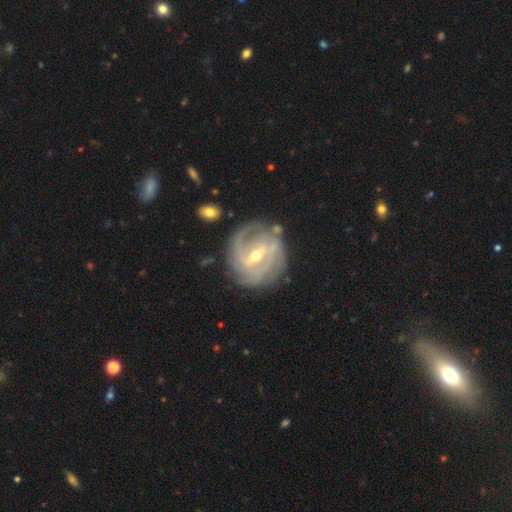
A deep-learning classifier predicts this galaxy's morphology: Smooth or featured?
  - featured or disk: 89% *
  - smooth: 6%
  - star or artifact: 5%
Edge-on disk?
  - no: 96% *
  - yes: 4%
Bar?
  - strong: 49% *
  - weak: 41%
  - no: 11%
Spiral arms?
  - yes: 96% *
  - no: 4%
Spiral winding?
  - tight: 64% *
  - medium: 29%
  - loose: 7%
Spiral arm count?
  - 2: 25% * (tied)
  - 3: 25% * (tied)
  - can't tell: 24%
  - 4: 15%
  - more than 4: 6%
  - 1: 5%
Bulge size?
  - moderate: 50% *
  - small: 47%
  - large: 2%
  - none: 1%
  - dominant: 1%
Merging?
  - none: 76% *
  - minor disturbance: 15%
  - major disturbance: 6%
  - merger: 3%